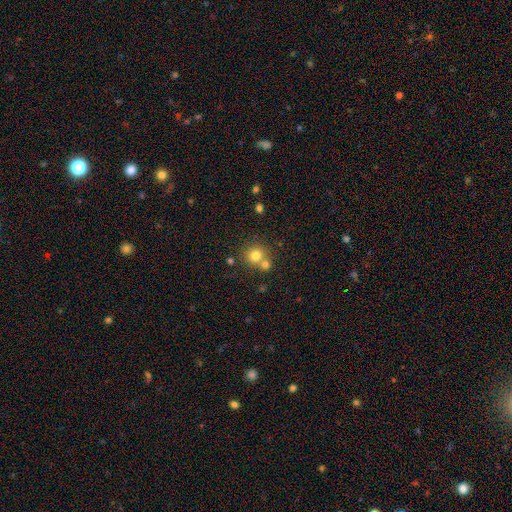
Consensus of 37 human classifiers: Smooth or featured? smooth (86%)
How rounded? round (88%)
Merging? none (49%)